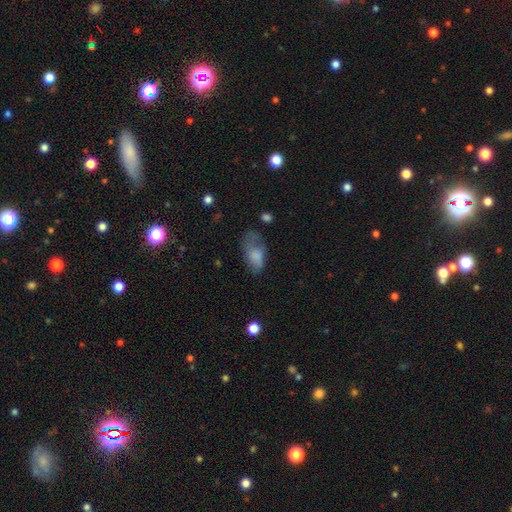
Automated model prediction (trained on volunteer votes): smooth-or-featured: smooth: 70% | featured or disk: 20% | star or artifact: 9%
  how-rounded: in between: 91% | round: 5% | cigar-shaped: 4%
  merging: major disturbance: 34% | none: 32% | minor disturbance: 30% | merger: 4%